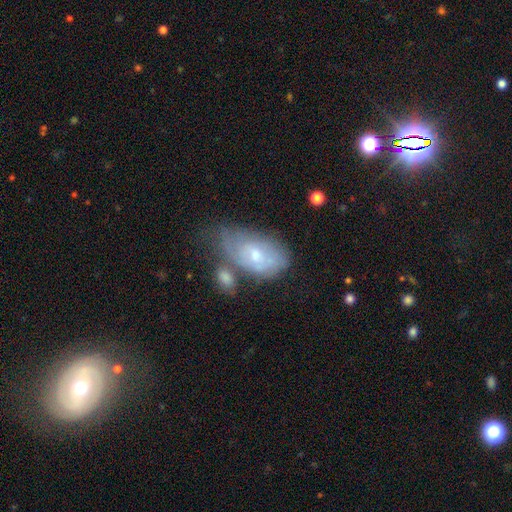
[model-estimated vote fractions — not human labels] smooth_or_featured: smooth (p=0.47) [alt: featured or disk p=0.46]
merging: none (p=0.32) [alt: minor disturbance p=0.28]